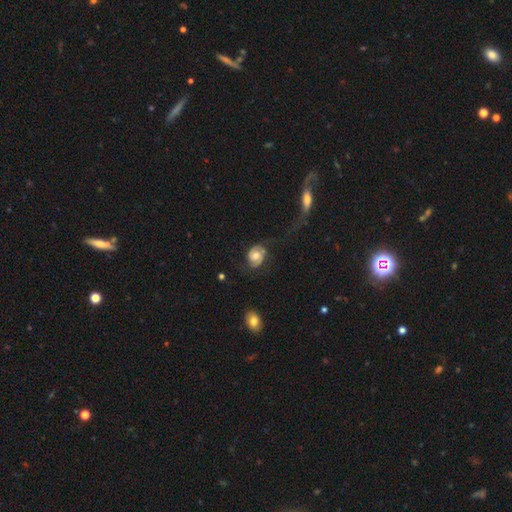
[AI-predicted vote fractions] Smooth or featured? Predicted: featured or disk (p=0.67). Edge-on disk? Predicted: no (p=0.97). Bar? Predicted: no (p=0.65). Spiral arms? Predicted: yes (p=0.88). Spiral winding? Predicted: medium (p=0.39). Spiral arm count? Predicted: 2 (p=0.84). Bulge size? Predicted: moderate (p=0.71). Merging? Predicted: none (p=0.61).